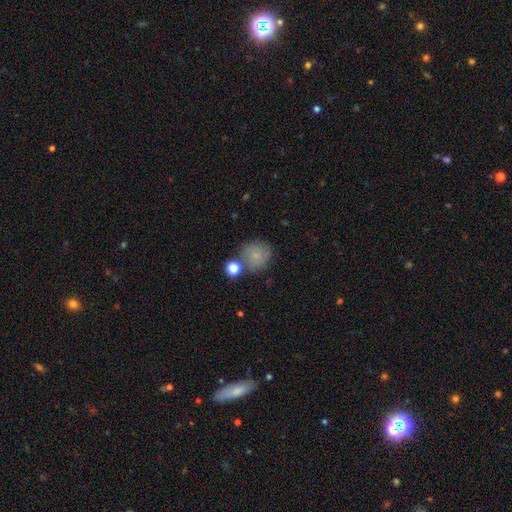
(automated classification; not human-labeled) smooth_or_featured: smooth (p=0.72) [alt: featured or disk p=0.17]
how_rounded: round (p=0.87) [alt: in between p=0.12]
merging: none (p=0.66) [alt: minor disturbance p=0.16]